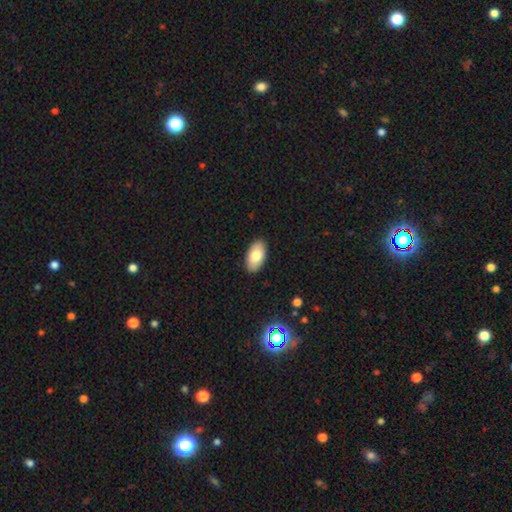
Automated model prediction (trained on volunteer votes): Overall: smooth (78%). How rounded: in between (95%). Merging: none (89%).